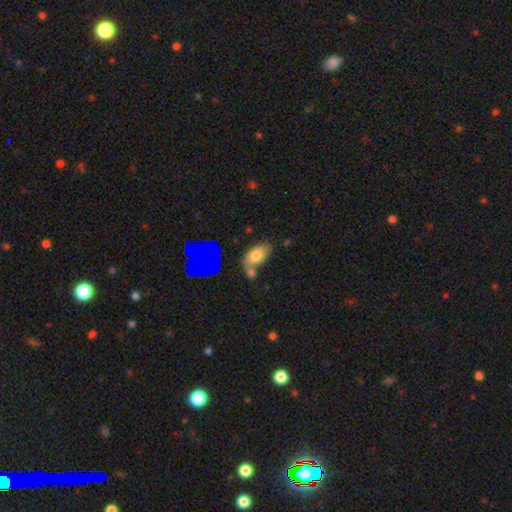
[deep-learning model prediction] smooth 71%, featured or disk 16%, star or artifact 13%. Down the decision tree: how rounded — in between (88%); merging — none (45%).